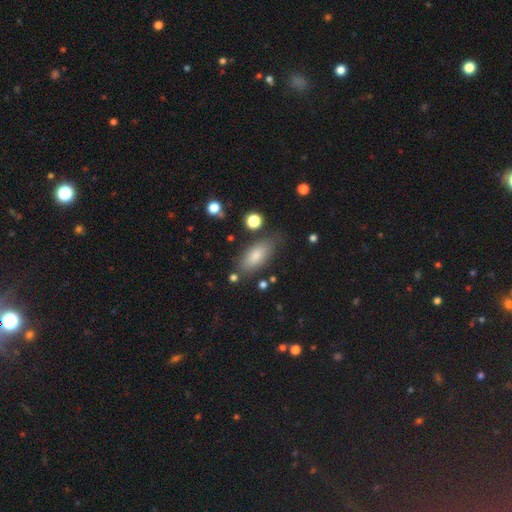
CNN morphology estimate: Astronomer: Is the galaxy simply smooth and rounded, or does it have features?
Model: smooth — 81%.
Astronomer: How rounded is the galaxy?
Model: in between — 83%.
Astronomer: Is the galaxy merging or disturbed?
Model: none — 73%.